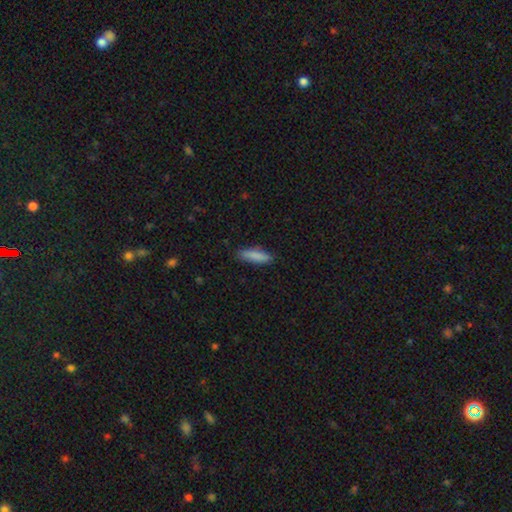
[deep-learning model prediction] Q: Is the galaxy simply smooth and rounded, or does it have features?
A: smooth — 86%.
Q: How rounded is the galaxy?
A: cigar-shaped — 64%.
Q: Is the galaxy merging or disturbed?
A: none — 83%.